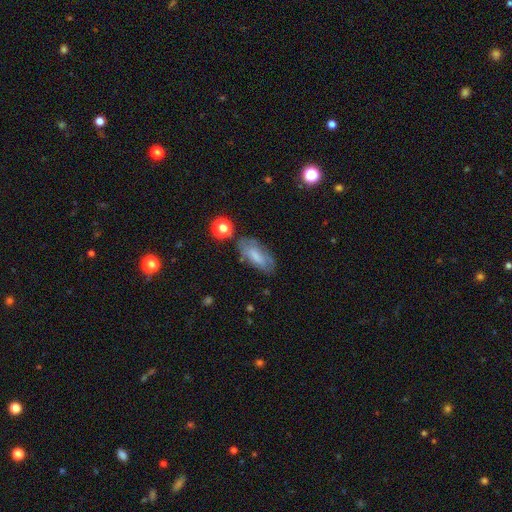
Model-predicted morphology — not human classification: Overall: smooth (63%; featured or disk 28%). How rounded: in between (83%). Merging: none (63%).